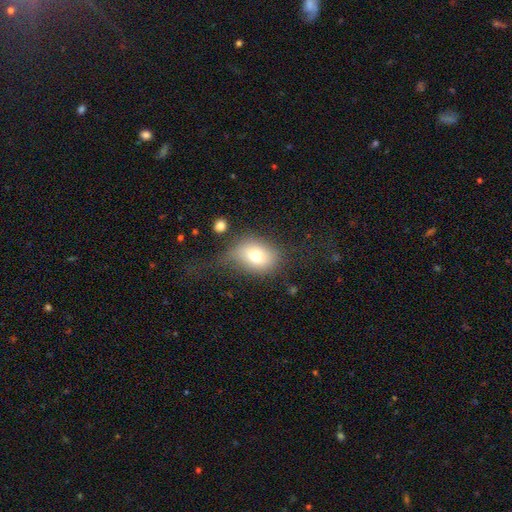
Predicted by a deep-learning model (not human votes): Smooth or featured?
  - smooth: 71% *
  - featured or disk: 17%
  - star or artifact: 11%
How rounded?
  - in between: 62% *
  - round: 37%
  - cigar-shaped: 1%
Merging?
  - none: 52% *
  - minor disturbance: 26%
  - major disturbance: 19%
  - merger: 4%